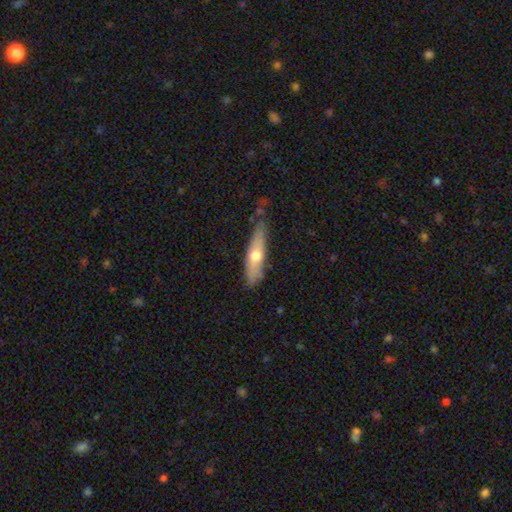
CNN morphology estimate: Q: Smooth or featured?
A: smooth (55%); runner-up: featured or disk (40%)
Q: How rounded?
A: cigar-shaped (71%); runner-up: in between (26%)
Q: Merging?
A: none (69%); runner-up: minor disturbance (23%)